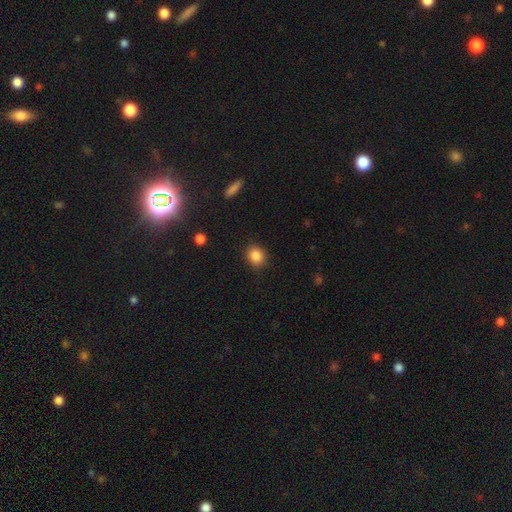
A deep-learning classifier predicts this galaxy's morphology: Smooth or featured?
  - smooth: 86% *
  - star or artifact: 10%
  - featured or disk: 4%
How rounded?
  - round: 73% *
  - in between: 26%
  - cigar-shaped: 1%
Merging?
  - none: 90% *
  - minor disturbance: 7%
  - major disturbance: 2%
  - merger: 1%